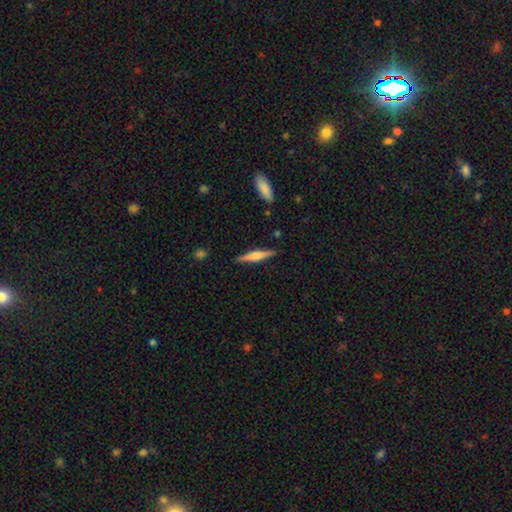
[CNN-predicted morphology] A featured or disk galaxy (53%) viewed edge-on (97%) with a rounded central bulge (64%).

Vote fractions:
- Smooth or featured? featured or disk: 53% / smooth: 41% / star or artifact: 6%
- Edge-on disk? yes: 97% / no: 3%
- Edge-on bulge? rounded: 64% / boxy: 25% / none: 12%
- Merging? none: 88% / minor disturbance: 8% / major disturbance: 2% / merger: 1%